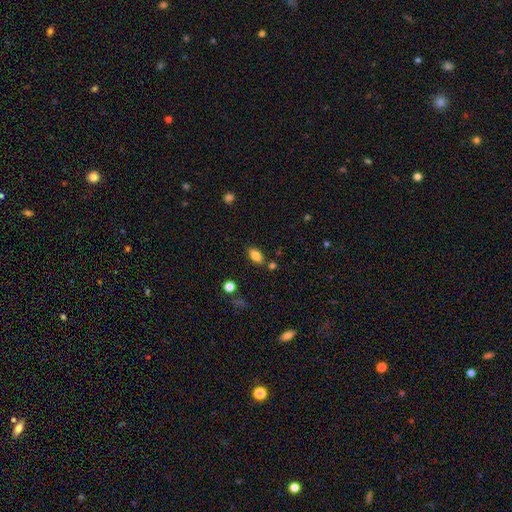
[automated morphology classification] smooth 83%, star or artifact 10%, featured or disk 8%. Down the decision tree: how rounded — in between (89%); merging — none (78%).